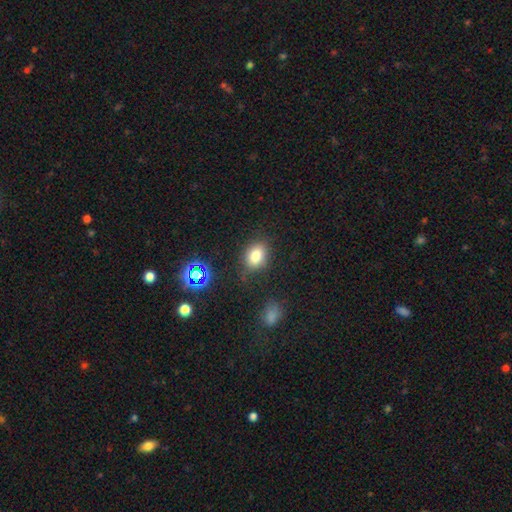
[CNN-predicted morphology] Smooth or featured? Predicted: smooth (p=0.78). How rounded? Predicted: in between (p=0.61). Merging? Predicted: none (p=0.76).